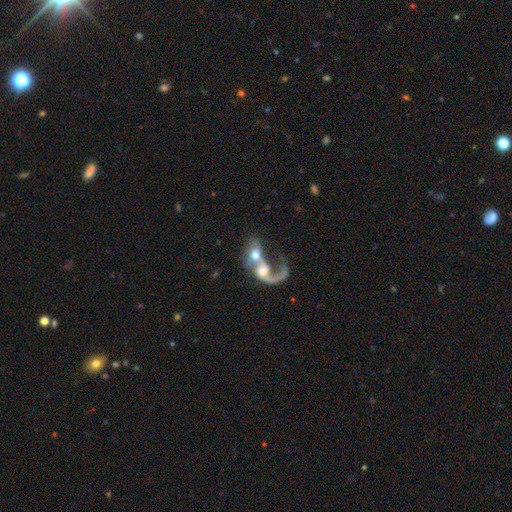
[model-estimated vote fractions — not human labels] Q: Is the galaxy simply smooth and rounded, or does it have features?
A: featured or disk — 63%.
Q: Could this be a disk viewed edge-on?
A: no — 96%.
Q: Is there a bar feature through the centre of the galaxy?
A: no — 68%.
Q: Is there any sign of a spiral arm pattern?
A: yes — 72%.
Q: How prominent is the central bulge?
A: moderate — 48%.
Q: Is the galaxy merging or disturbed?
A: merger — 75%.